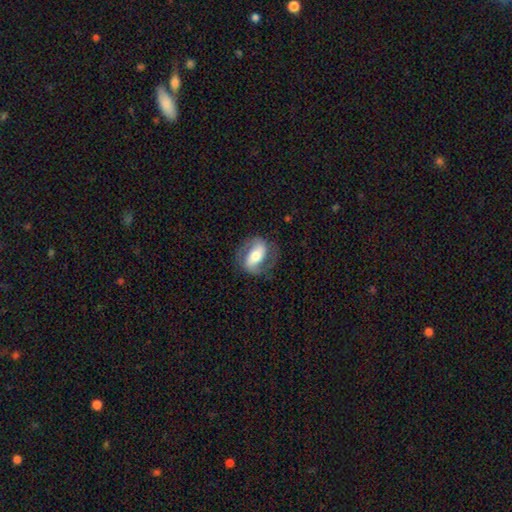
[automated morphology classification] smooth_or_featured: featured or disk (p=0.71) [alt: smooth p=0.24]
disk_edge_on: no (p=0.95) [alt: yes p=0.05]
bar: strong (p=0.50) [alt: weak p=0.27]
has_spiral_arms: yes (p=0.85) [alt: no p=0.15]
spiral_winding: medium (p=0.48) [alt: tight p=0.29]
spiral_arm_count: 2 (p=0.88) [alt: can't tell p=0.05]
bulge_size: moderate (p=0.57) [alt: large p=0.20]
merging: none (p=0.75) [alt: minor disturbance p=0.15]